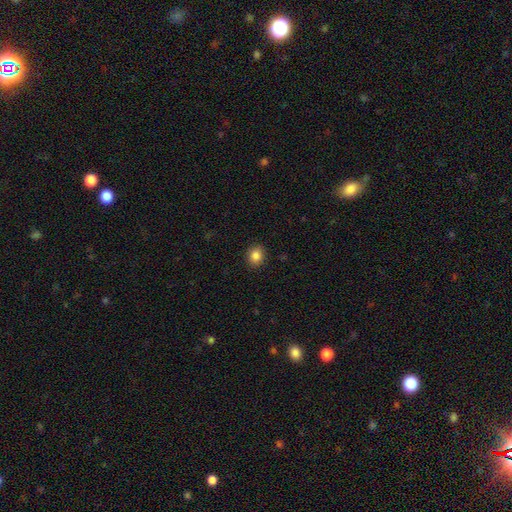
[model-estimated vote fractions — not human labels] Smooth or featured? Predicted: smooth (p=0.85). How rounded? Predicted: round (p=0.59). Merging? Predicted: none (p=0.91).